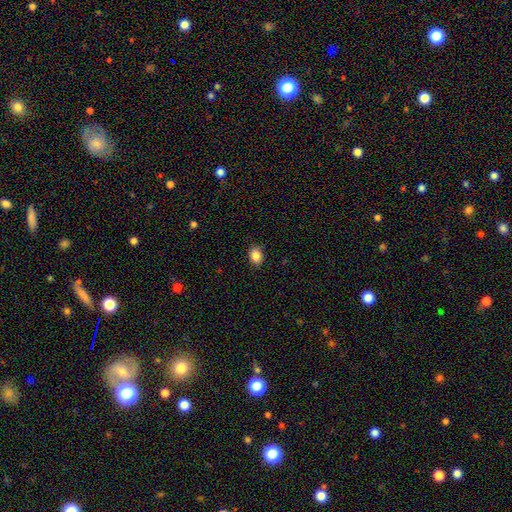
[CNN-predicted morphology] smooth 87%, star or artifact 9%, featured or disk 4%. Down the decision tree: how rounded — in between (67%); merging — none (87%).